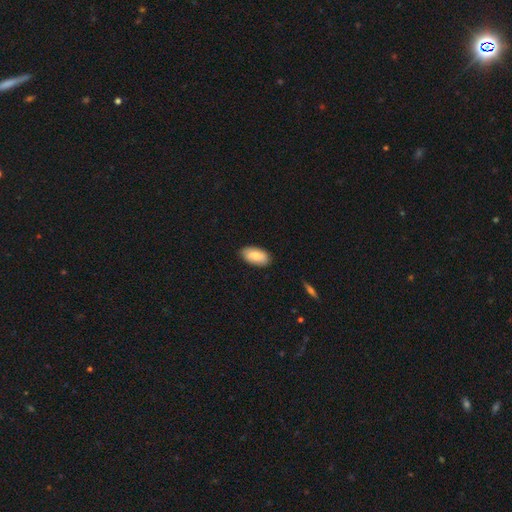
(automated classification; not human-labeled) Smooth or featured: smooth — 84% (featured or disk — 10%)
How rounded: in between — 94% (round — 3%)
Merging: none — 85% (minor disturbance — 12%)